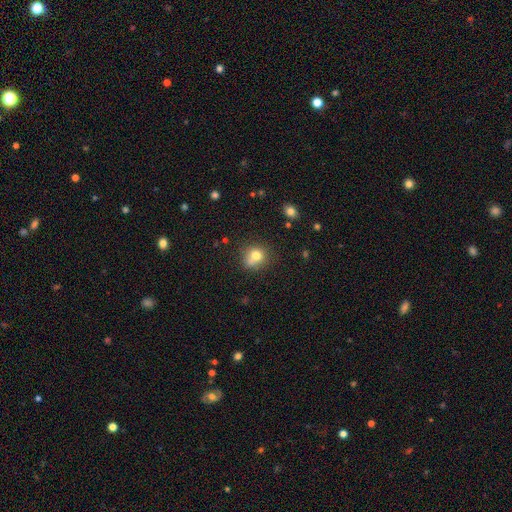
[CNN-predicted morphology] Q: Smooth or featured?
A: smooth (75%); runner-up: featured or disk (13%)
Q: How rounded?
A: round (77%); runner-up: in between (22%)
Q: Merging?
A: none (53%); runner-up: merger (23%)